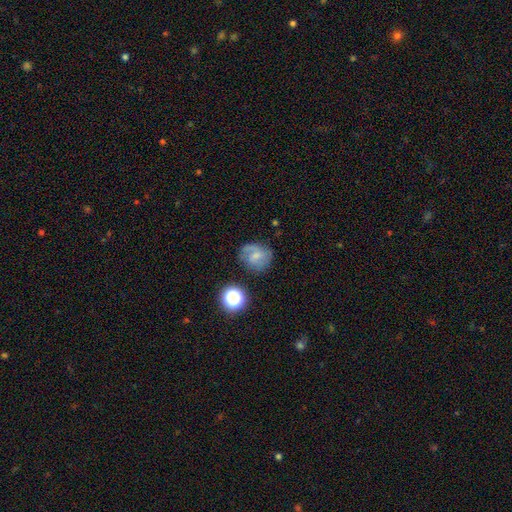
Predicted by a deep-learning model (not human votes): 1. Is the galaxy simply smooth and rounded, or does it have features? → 49% featured or disk, 39% smooth, 12% star or artifact.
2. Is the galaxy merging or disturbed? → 68% none, 20% minor disturbance, 9% major disturbance, 3% merger.